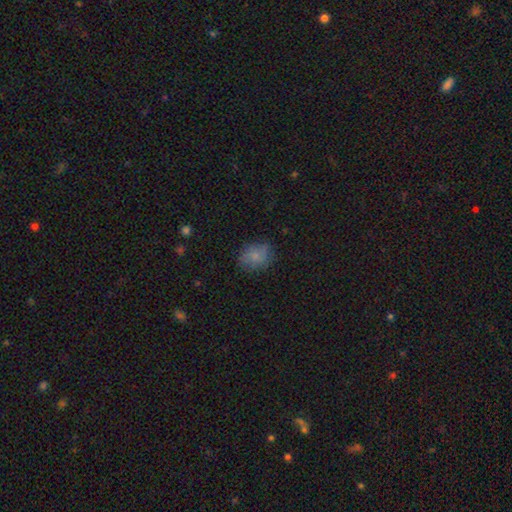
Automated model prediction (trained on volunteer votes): A smooth galaxy with no disk features (80%) that is in between round and cigar-shaped (56%). Merging: none (75%).